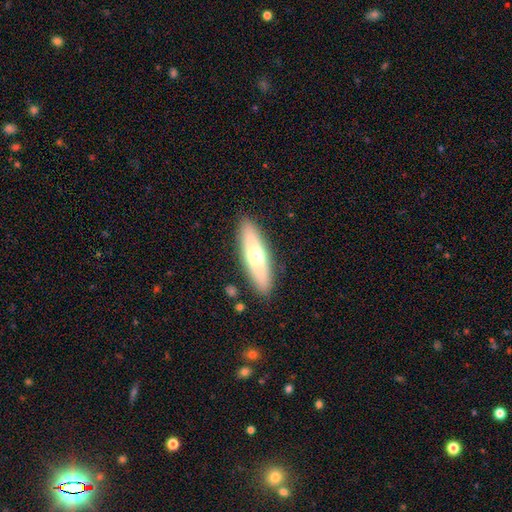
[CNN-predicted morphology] Smooth or featured?
  - smooth: 58% *
  - featured or disk: 37%
  - star or artifact: 6%
How rounded?
  - cigar-shaped: 64% *
  - in between: 34%
  - round: 2%
Merging?
  - none: 89% *
  - minor disturbance: 8%
  - major disturbance: 2%
  - merger: 2%